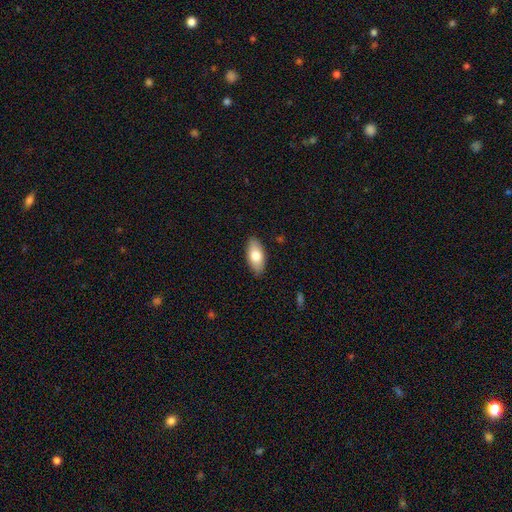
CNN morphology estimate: Q: Smooth or featured?
A: smooth (76%); runner-up: featured or disk (18%)
Q: How rounded?
A: in between (91%); runner-up: cigar-shaped (6%)
Q: Merging?
A: none (87%); runner-up: minor disturbance (10%)